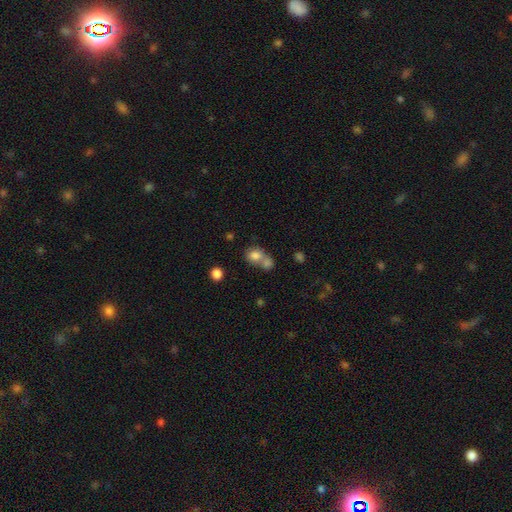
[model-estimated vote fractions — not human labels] smooth 74%, star or artifact 14%, featured or disk 12%. Down the decision tree: how rounded — round (62%); merging — merger (55%).